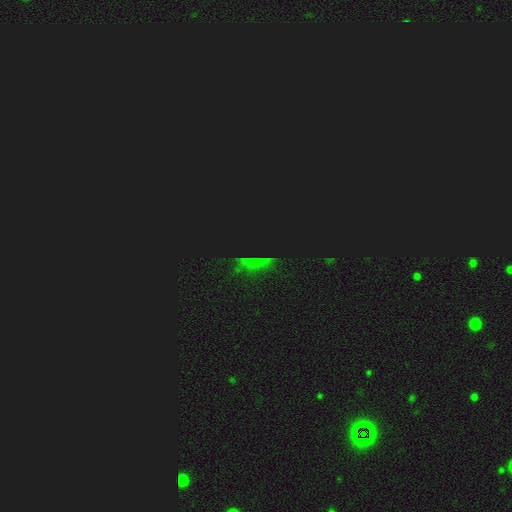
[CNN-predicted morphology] star or artifact 68%, smooth 20%, featured or disk 12%.